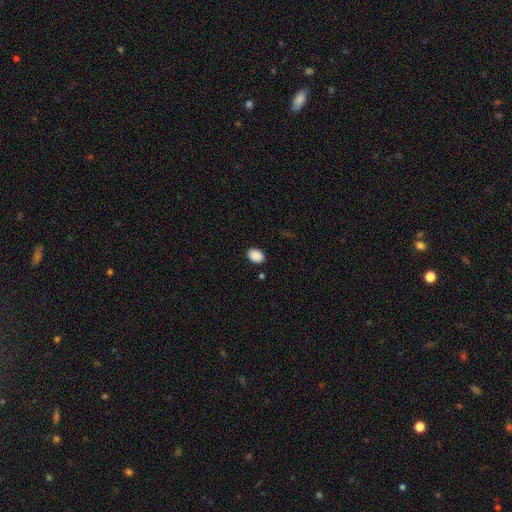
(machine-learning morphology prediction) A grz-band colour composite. It shows a smooth galaxy with no disk features (90%) that is in between round and cigar-shaped (82%). Merging: none (88%).